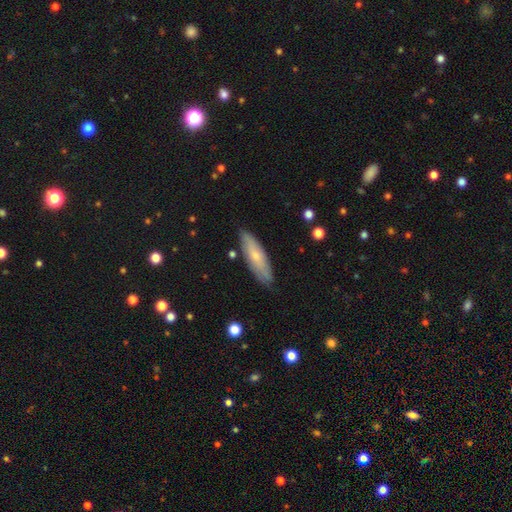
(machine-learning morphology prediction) type=smooth (60%); roundness=cigar-shaped (56%); merging=none (84%).